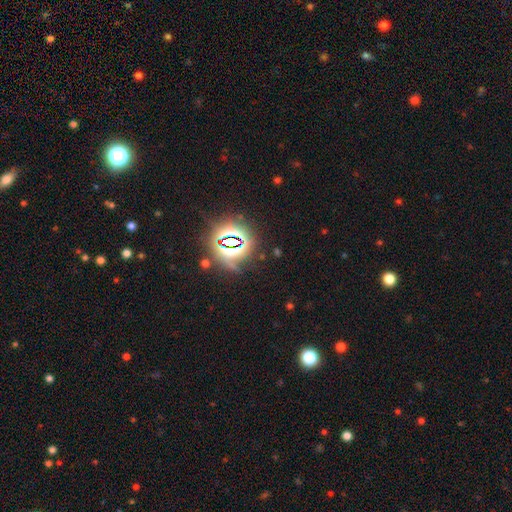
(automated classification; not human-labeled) smooth-or-featured: star or artifact: 85% | smooth: 9% | featured or disk: 7%